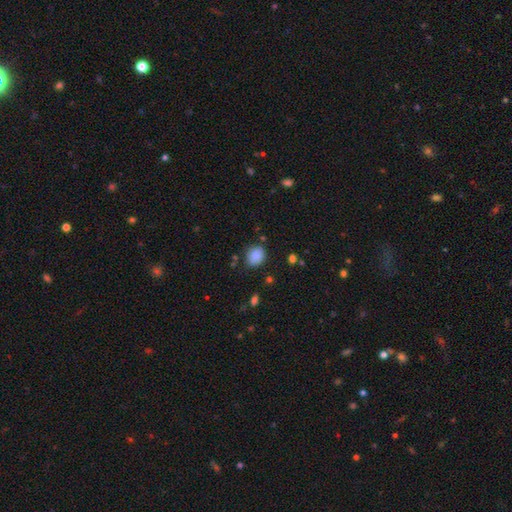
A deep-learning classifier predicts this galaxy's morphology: Overall: smooth (86%). How rounded: round (57%; in between 42%). Merging: none (76%).